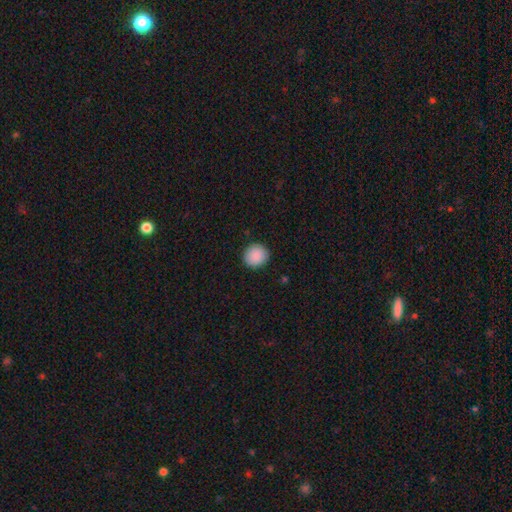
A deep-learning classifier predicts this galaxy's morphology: Overall: smooth (89%). How rounded: round (90%). Merging: none (91%).